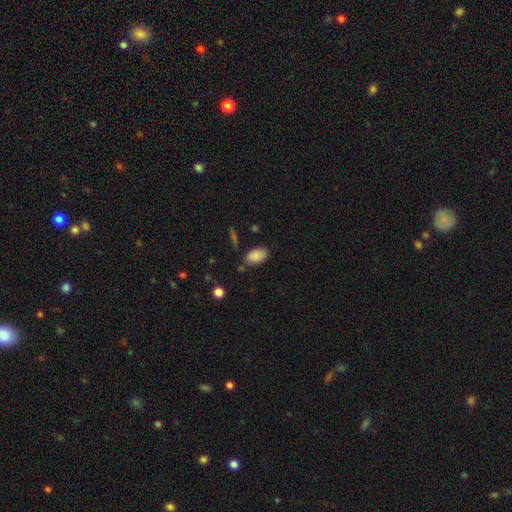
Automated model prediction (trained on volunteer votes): A smooth galaxy with no disk features (87%) that is in between round and cigar-shaped (93%). Merging: none (75%).